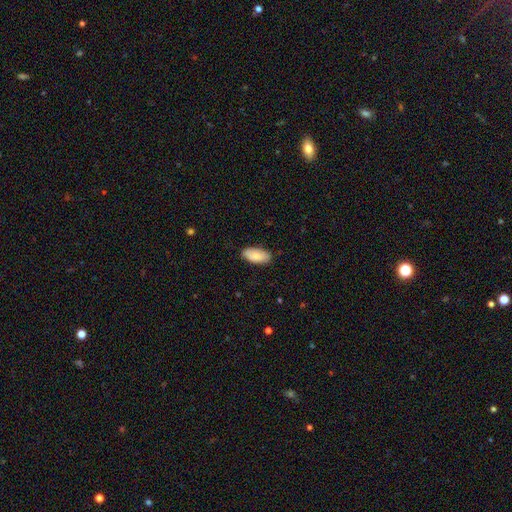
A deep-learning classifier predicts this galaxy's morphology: Overall: smooth (85%). How rounded: in between (93%). Merging: none (83%).